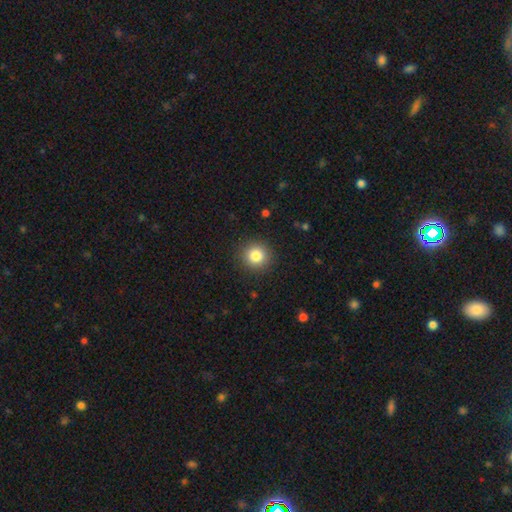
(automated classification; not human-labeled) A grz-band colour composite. It shows a smooth galaxy with no disk features (84%) that is round (94%). Merging: none (91%).